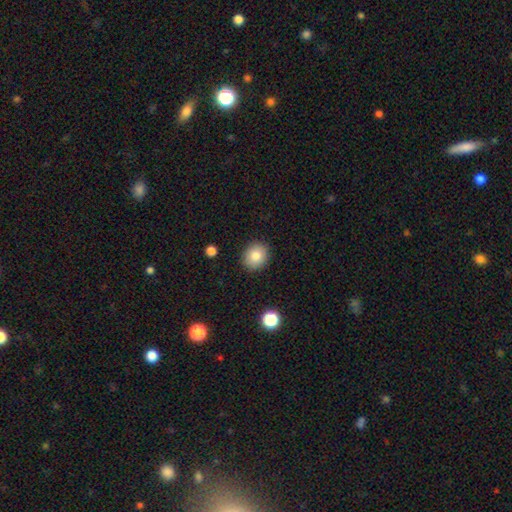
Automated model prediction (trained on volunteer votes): smooth 83%, star or artifact 9%, featured or disk 8%. Down the decision tree: how rounded — round (72%); merging — none (90%).